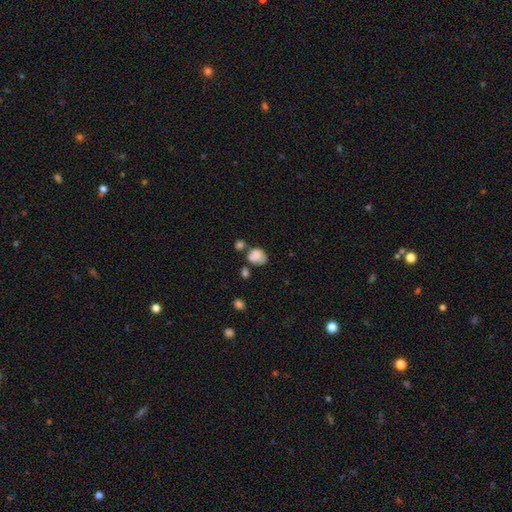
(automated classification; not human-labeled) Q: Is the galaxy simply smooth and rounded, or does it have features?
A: smooth — 78%.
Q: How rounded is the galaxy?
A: round — 50%.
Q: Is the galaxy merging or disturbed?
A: none — 39%.